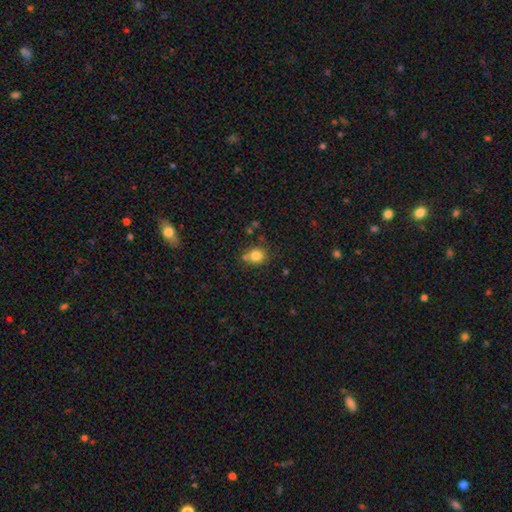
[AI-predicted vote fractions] A smooth galaxy with no disk features (82%) that is round (79%).

Vote fractions:
- Smooth or featured? smooth: 82% / star or artifact: 11% / featured or disk: 7%
- How rounded? round: 79% / in between: 20% / cigar-shaped: 1%
- Merging? none: 71% / minor disturbance: 14% / merger: 11% / major disturbance: 4%